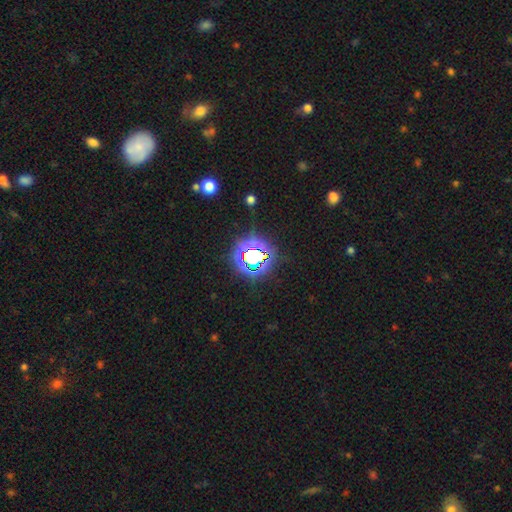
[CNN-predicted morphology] A star or artifact, not a galaxy (69%).